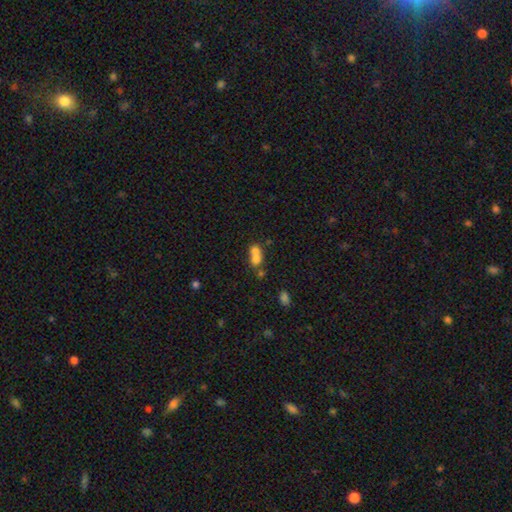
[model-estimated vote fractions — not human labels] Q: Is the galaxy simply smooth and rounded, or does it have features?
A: smooth — 68%.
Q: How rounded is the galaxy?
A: round — 55%.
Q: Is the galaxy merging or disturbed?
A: merger — 68%.